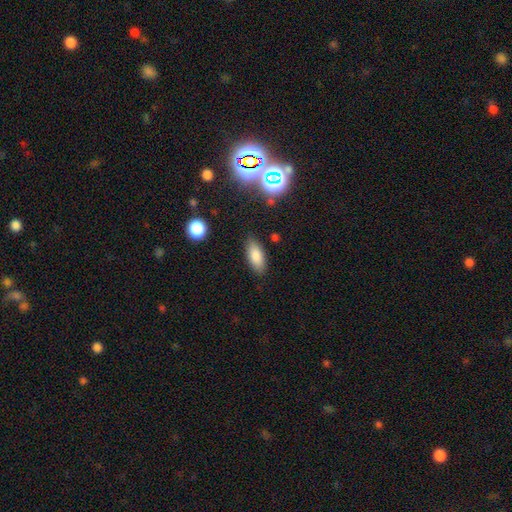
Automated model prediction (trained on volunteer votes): A smooth galaxy with no disk features (83%) that is in between round and cigar-shaped (82%).

Vote fractions:
- Smooth or featured? smooth: 83% / featured or disk: 9% / star or artifact: 8%
- How rounded? in between: 82% / cigar-shaped: 15% / round: 3%
- Merging? none: 85% / minor disturbance: 10% / major disturbance: 3% / merger: 2%